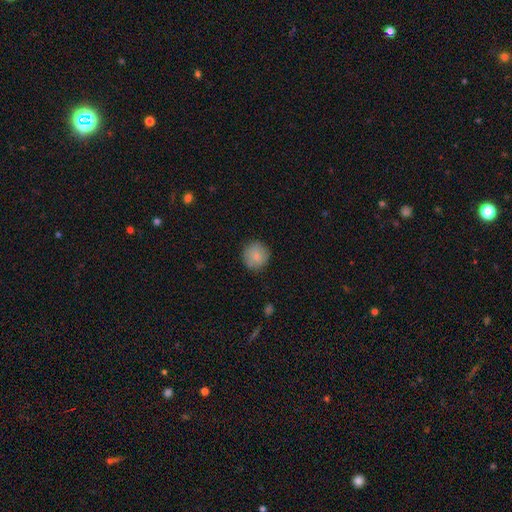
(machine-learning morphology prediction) type=smooth (84%); roundness=round (92%); merging=none (85%).